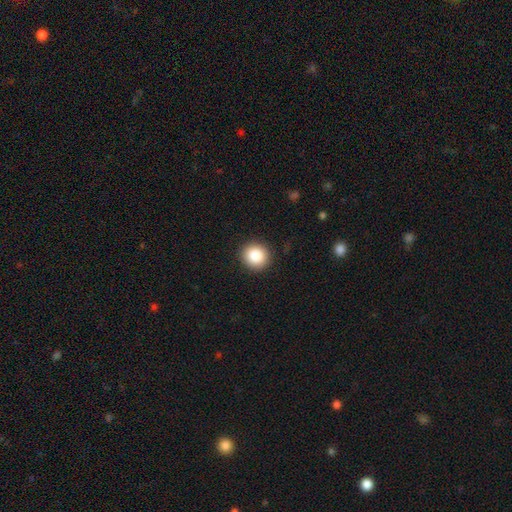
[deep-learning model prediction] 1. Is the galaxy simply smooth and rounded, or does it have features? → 86% smooth, 9% star or artifact, 5% featured or disk.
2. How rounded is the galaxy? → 92% round, 7% in between, 1% cigar-shaped.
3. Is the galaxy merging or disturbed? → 91% none, 6% minor disturbance, 2% major disturbance, 1% merger.